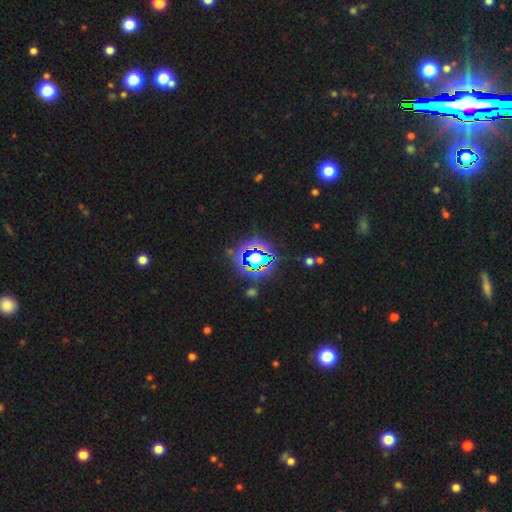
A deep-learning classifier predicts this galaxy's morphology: Smooth or featured? Predicted: star or artifact (p=0.69).